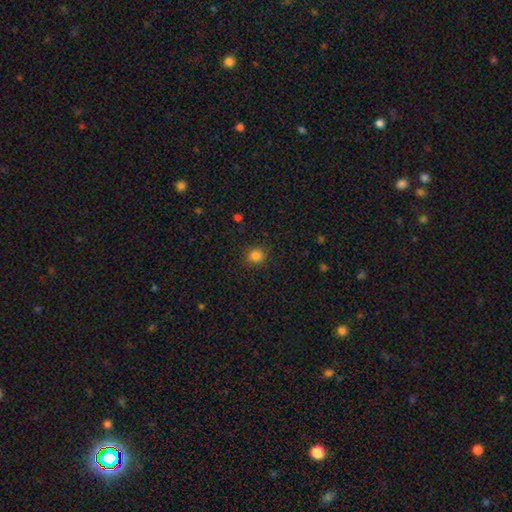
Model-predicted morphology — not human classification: Smooth or featured? Predicted: smooth (p=0.84). How rounded? Predicted: round (p=0.82). Merging? Predicted: none (p=0.88).